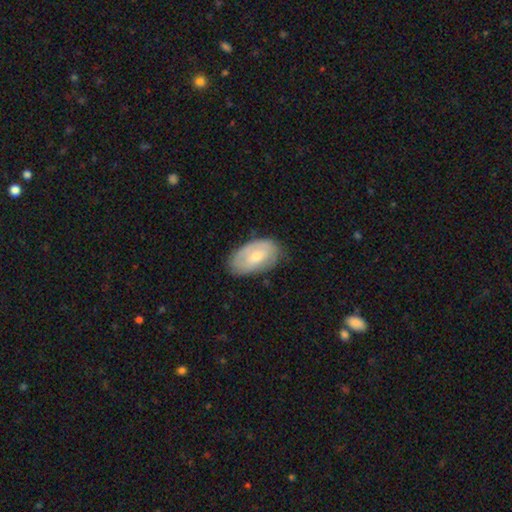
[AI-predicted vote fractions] Smooth or featured?
  - smooth: 50% *
  - featured or disk: 44%
  - star or artifact: 6%
How rounded?
  - in between: 92% *
  - round: 7%
  - cigar-shaped: 2%
Merging?
  - none: 71% *
  - minor disturbance: 23%
  - major disturbance: 5%
  - merger: 1%